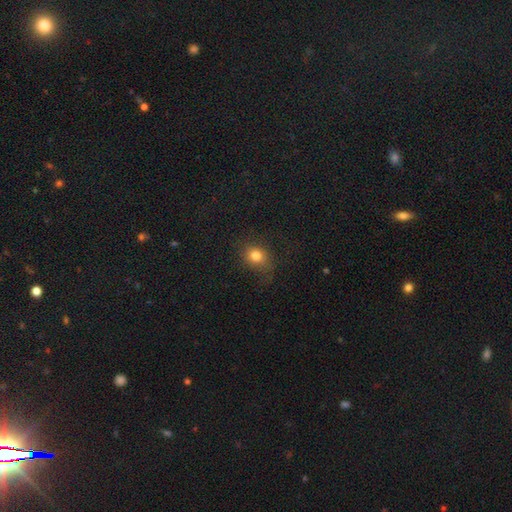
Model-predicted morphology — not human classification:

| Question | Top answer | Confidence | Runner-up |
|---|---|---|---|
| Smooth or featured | smooth | 79% | star or artifact (13%) |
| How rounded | round | 61% | in between (38%) |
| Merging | none | 71% | minor disturbance (18%) |